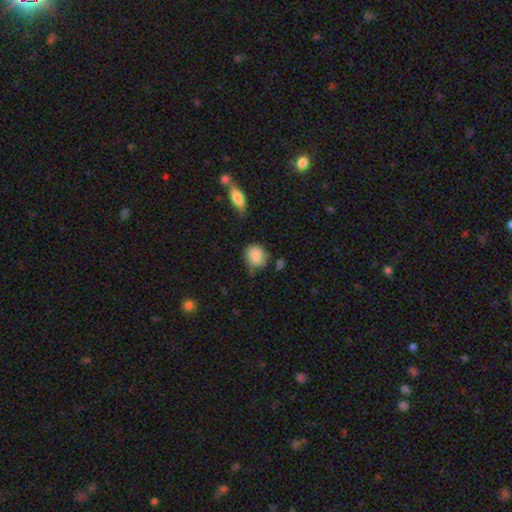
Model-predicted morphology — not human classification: Smooth or featured: smooth — 85% (featured or disk — 8%)
How rounded: round — 67% (in between — 32%)
Merging: none — 65% (minor disturbance — 25%)